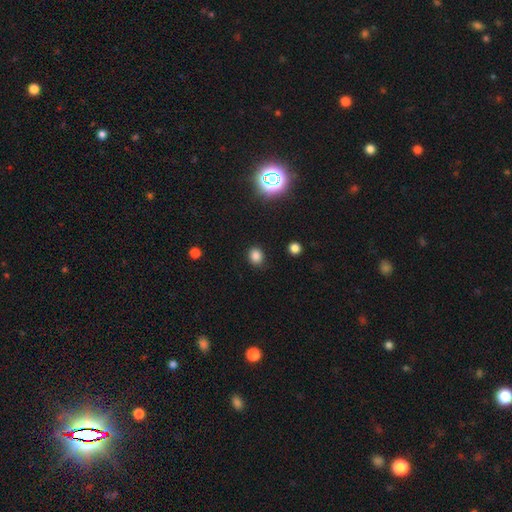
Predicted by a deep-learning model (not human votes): Overall: smooth (81%). How rounded: round (65%; in between 33%). Merging: none (86%).